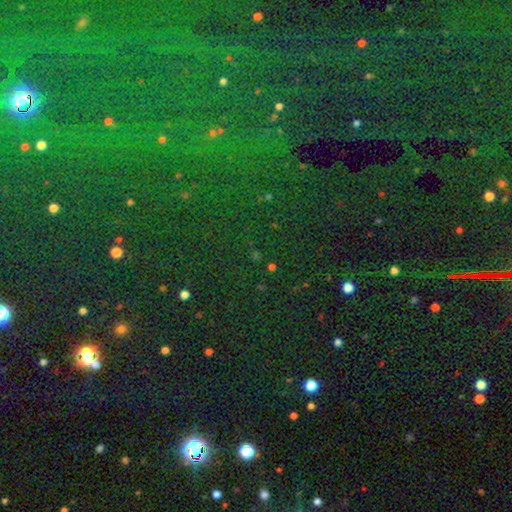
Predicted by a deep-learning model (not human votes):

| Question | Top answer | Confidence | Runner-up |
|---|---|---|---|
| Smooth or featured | star or artifact | 74% | smooth (18%) |